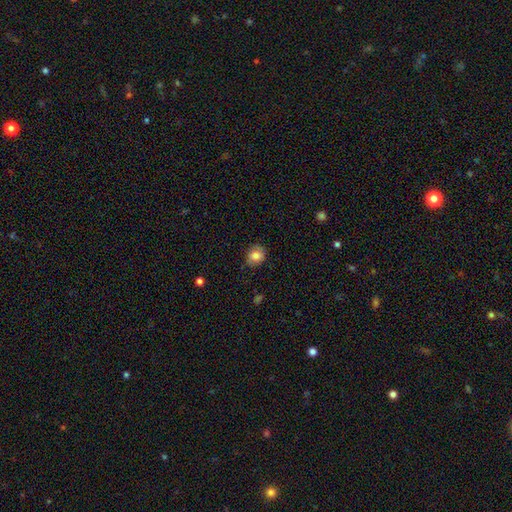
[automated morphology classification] A smooth galaxy with no disk features (80%) that is round (71%).

Vote fractions:
- Smooth or featured? smooth: 80% / featured or disk: 11% / star or artifact: 9%
- How rounded? round: 71% / in between: 28% / cigar-shaped: 1%
- Merging? none: 78% / minor disturbance: 17% / major disturbance: 4% / merger: 1%